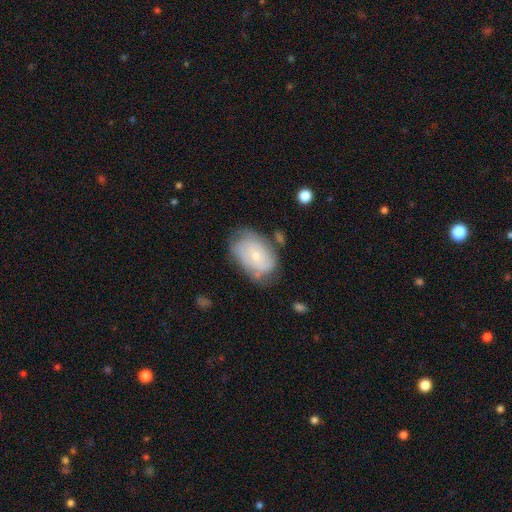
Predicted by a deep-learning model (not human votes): Smooth or featured? featured or disk (48%)
Merging? none (57%)